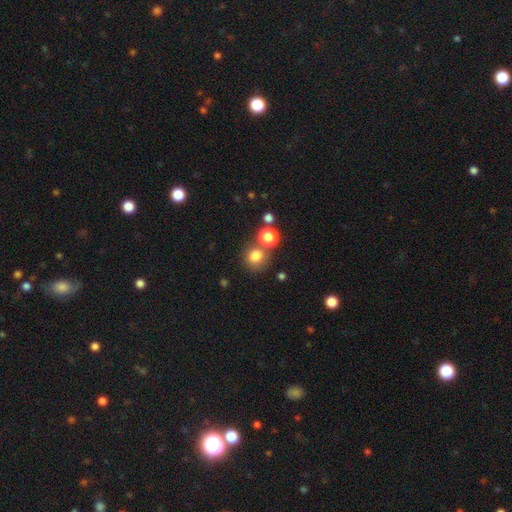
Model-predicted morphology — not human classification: Smooth or featured? smooth (79%)
How rounded? round (88%)
Merging? none (68%)